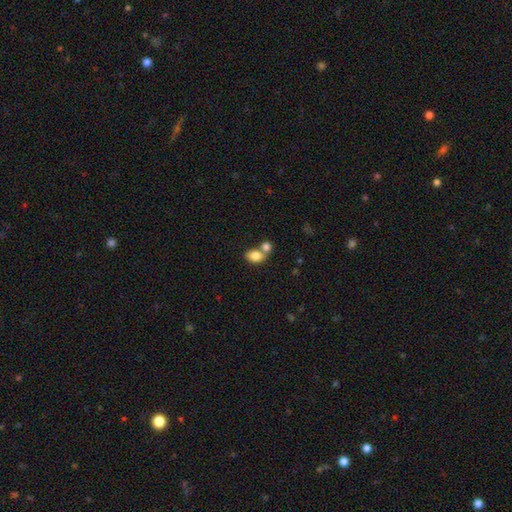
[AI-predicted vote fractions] Smooth or featured? Predicted: smooth (p=0.82). How rounded? Predicted: in between (p=0.71). Merging? Predicted: merger (p=0.50).